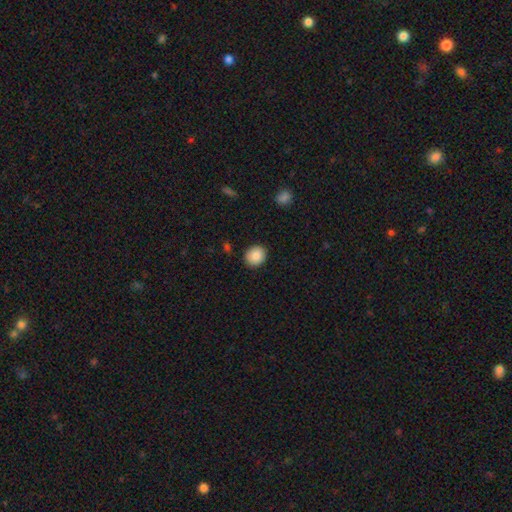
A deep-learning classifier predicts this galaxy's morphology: Q: Smooth or featured?
A: smooth (87%); runner-up: star or artifact (8%)
Q: How rounded?
A: round (68%); runner-up: in between (32%)
Q: Merging?
A: none (89%); runner-up: minor disturbance (8%)